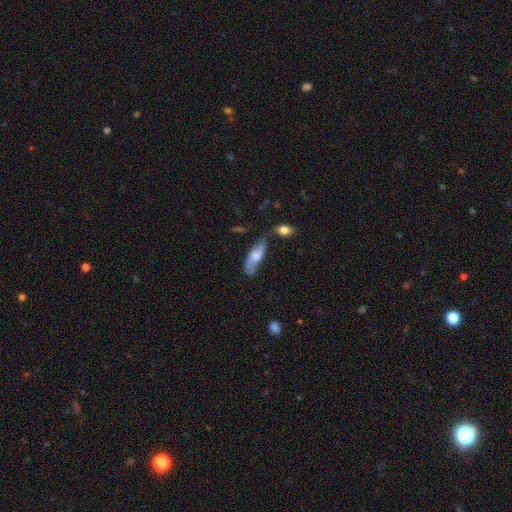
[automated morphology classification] This is possibly a smooth galaxy (59%). How rounded: likely in between (62%). Merging: possibly none (49%).